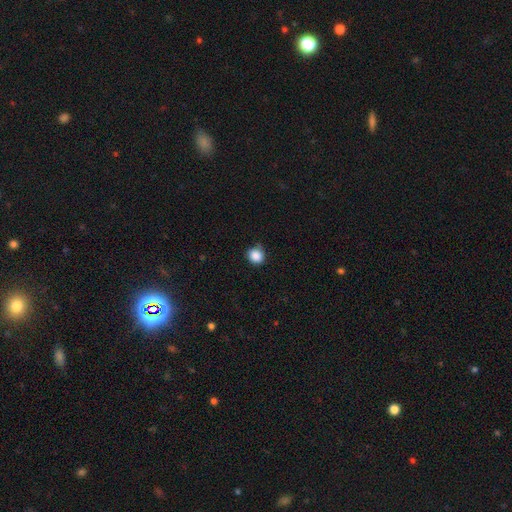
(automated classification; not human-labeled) smooth 87%, star or artifact 10%, featured or disk 3%. Down the decision tree: how rounded — round (89%); merging — none (77%).